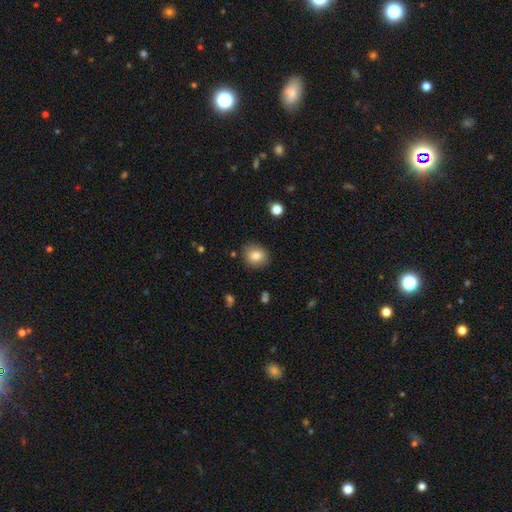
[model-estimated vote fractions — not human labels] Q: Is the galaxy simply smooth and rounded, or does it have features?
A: smooth — 83%.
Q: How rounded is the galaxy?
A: round — 74%.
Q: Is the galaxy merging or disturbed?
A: none — 84%.